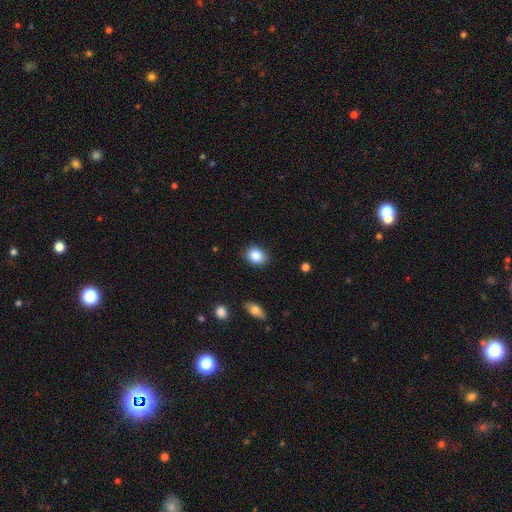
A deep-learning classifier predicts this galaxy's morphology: Smooth or featured?
  - smooth: 86% *
  - star or artifact: 8%
  - featured or disk: 5%
How rounded?
  - in between: 57% *
  - round: 42%
  - cigar-shaped: 1%
Merging?
  - none: 88% *
  - minor disturbance: 9%
  - major disturbance: 2%
  - merger: 1%